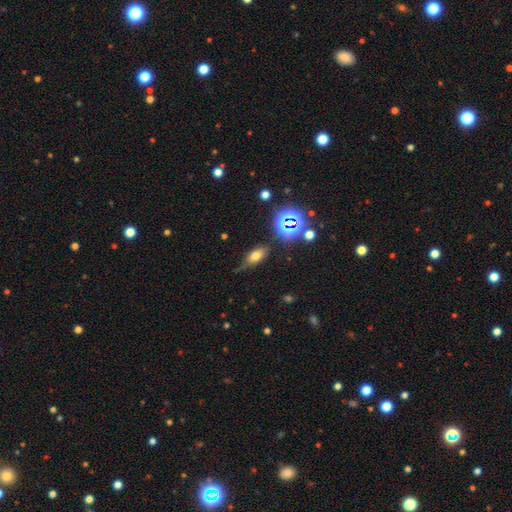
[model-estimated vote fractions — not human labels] Q: Smooth or featured?
A: smooth (62%); runner-up: star or artifact (20%)
Q: How rounded?
A: in between (78%); runner-up: round (12%)
Q: Merging?
A: none (61%); runner-up: minor disturbance (26%)